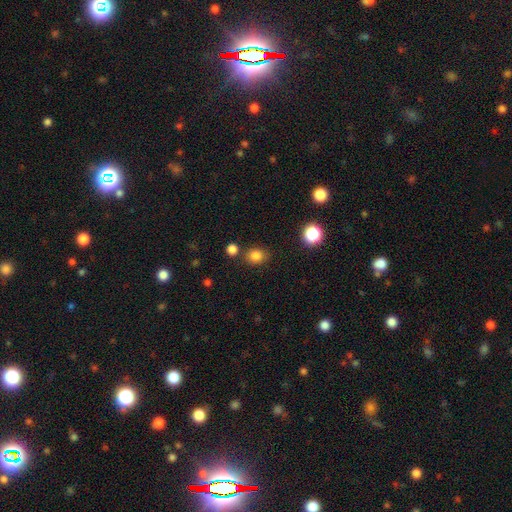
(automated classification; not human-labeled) Smooth or featured? smooth (83%)
How rounded? round (61%)
Merging? none (77%)